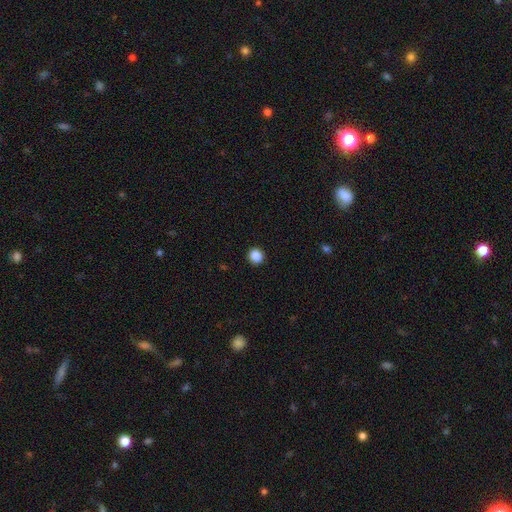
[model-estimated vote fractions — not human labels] smooth 88%, star or artifact 10%, featured or disk 2%. Down the decision tree: how rounded — round (89%); merging — none (92%).